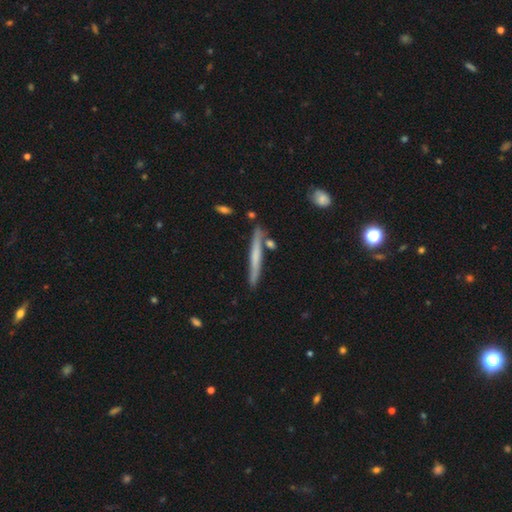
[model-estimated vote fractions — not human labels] Overall: smooth (47%; featured or disk 46%). Merging: none (83%).